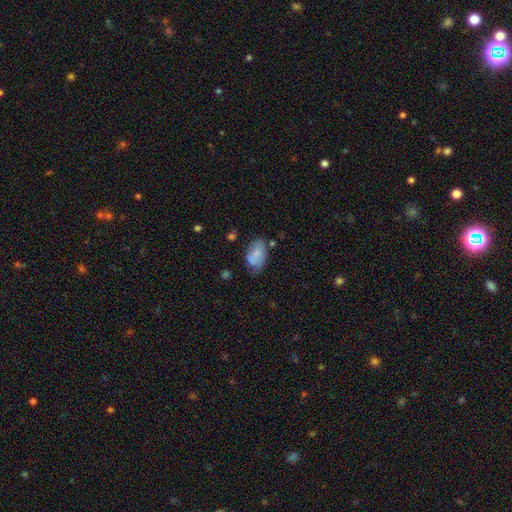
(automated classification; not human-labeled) Smooth or featured? smooth (73%)
How rounded? in between (91%)
Merging? none (50%)